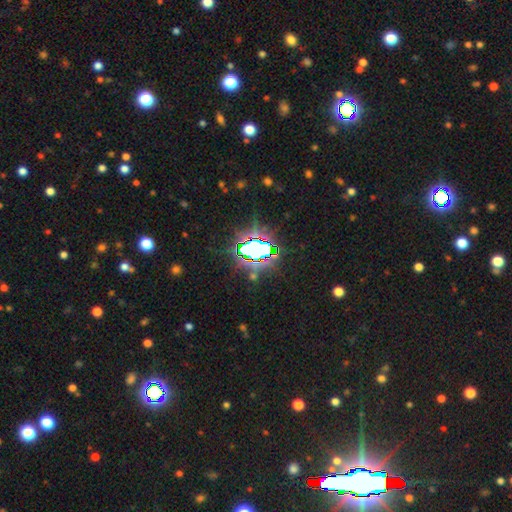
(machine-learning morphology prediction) Q: Smooth or featured?
A: star or artifact (81%); runner-up: smooth (11%)